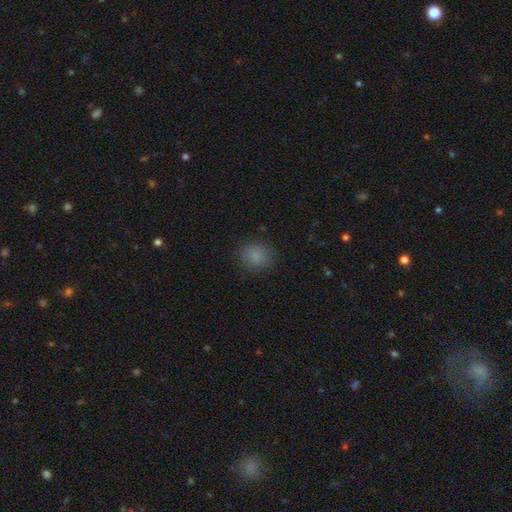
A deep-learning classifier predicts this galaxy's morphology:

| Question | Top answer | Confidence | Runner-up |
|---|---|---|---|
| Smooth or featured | smooth | 84% | star or artifact (11%) |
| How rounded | round | 71% | in between (28%) |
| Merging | none | 86% | minor disturbance (10%) |